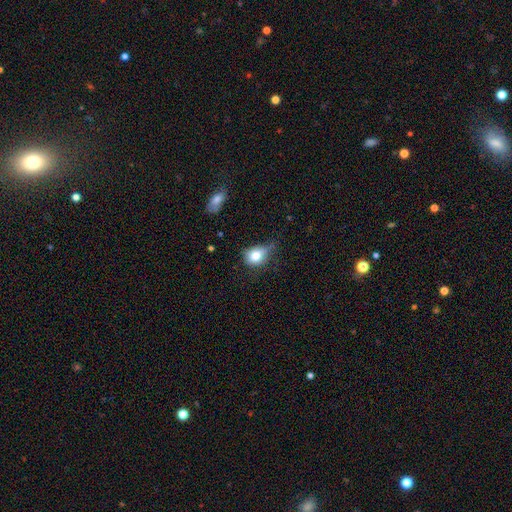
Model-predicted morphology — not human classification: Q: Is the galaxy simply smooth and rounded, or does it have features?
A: smooth — 75%.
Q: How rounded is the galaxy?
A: in between — 54%.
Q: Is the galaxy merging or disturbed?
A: minor disturbance — 41%.